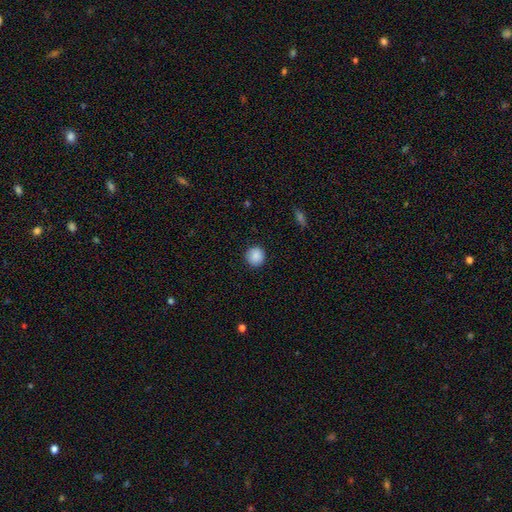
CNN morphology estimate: Smooth or featured: smooth — 89% (star or artifact — 8%)
How rounded: round — 94% (in between — 5%)
Merging: none — 91% (minor disturbance — 6%)